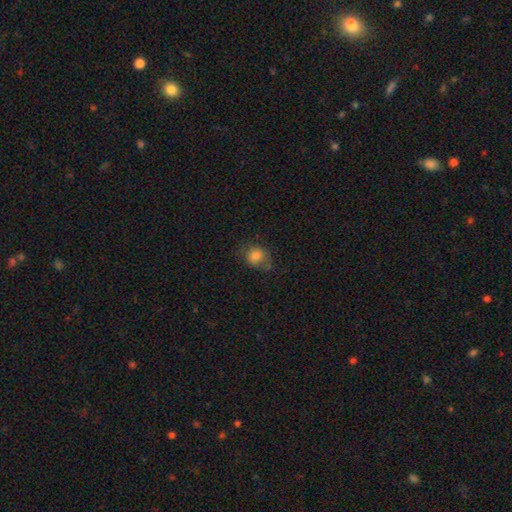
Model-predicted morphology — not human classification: smooth 79%, featured or disk 11%, star or artifact 10%. Down the decision tree: how rounded — round (68%); merging — none (56%).